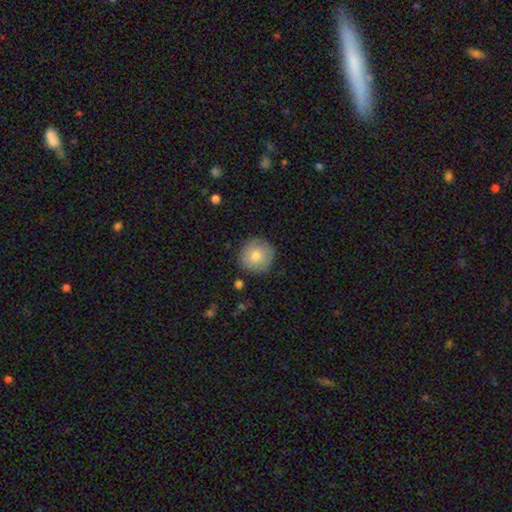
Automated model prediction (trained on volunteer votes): Smooth or featured: smooth — 80% (featured or disk — 13%)
How rounded: round — 95% (in between — 4%)
Merging: none — 87% (minor disturbance — 9%)